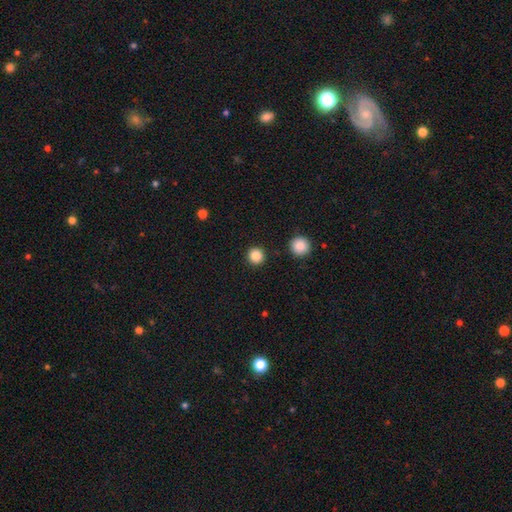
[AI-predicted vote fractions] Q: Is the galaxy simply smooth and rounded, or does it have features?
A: smooth — 85%.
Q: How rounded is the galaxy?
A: round — 96%.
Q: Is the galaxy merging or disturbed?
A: none — 92%.